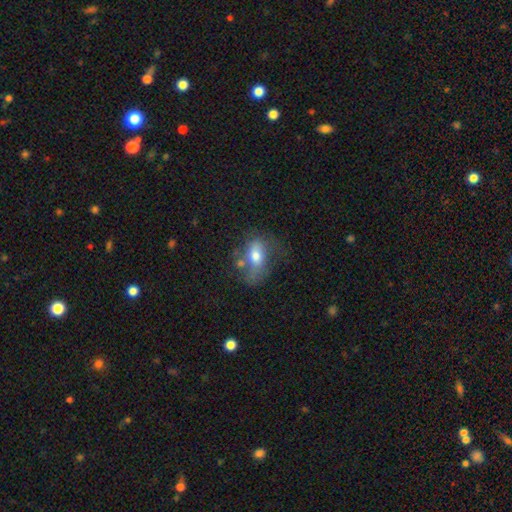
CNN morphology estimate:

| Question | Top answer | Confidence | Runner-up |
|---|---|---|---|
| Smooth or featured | smooth | 59% | featured or disk (31%) |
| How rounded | in between | 82% | round (13%) |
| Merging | none | 38% | minor disturbance (27%) |